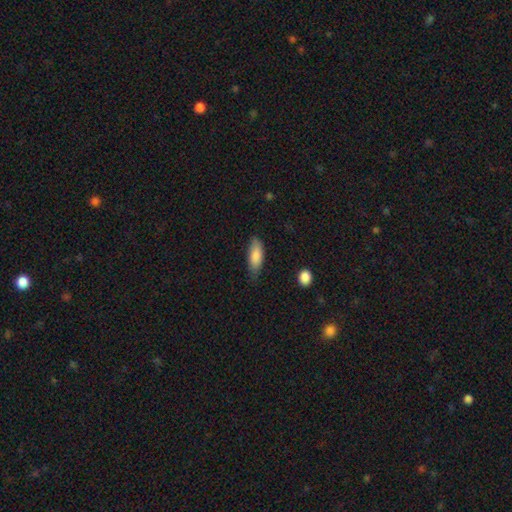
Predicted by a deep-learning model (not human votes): Smooth or featured?
  - smooth: 85% *
  - featured or disk: 9%
  - star or artifact: 6%
How rounded?
  - in between: 74% *
  - cigar-shaped: 24%
  - round: 2%
Merging?
  - none: 68% *
  - minor disturbance: 26%
  - major disturbance: 5%
  - merger: 2%